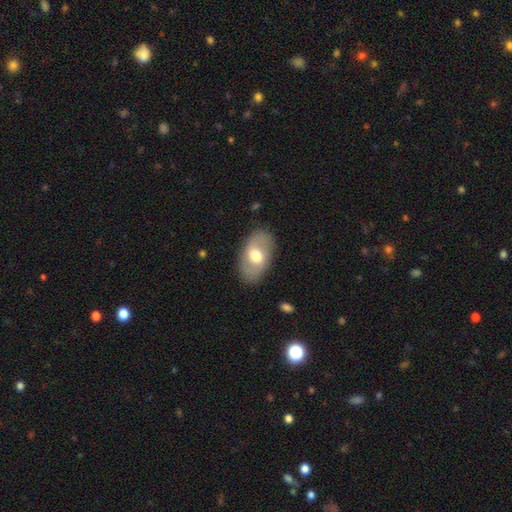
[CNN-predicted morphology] The model was most divided on "smooth or featured": smooth: 53%, featured or disk: 42%, star or artifact: 6%. More confident: how rounded — in between (91%); merging — none (83%).